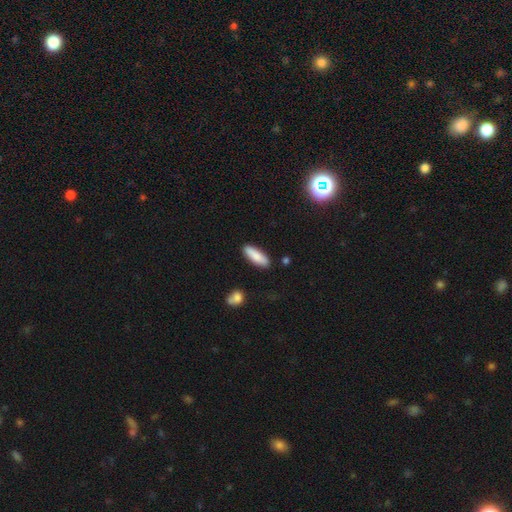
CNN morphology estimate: Overall: smooth (85%). How rounded: in between (54%; cigar-shaped 44%). Merging: none (86%).